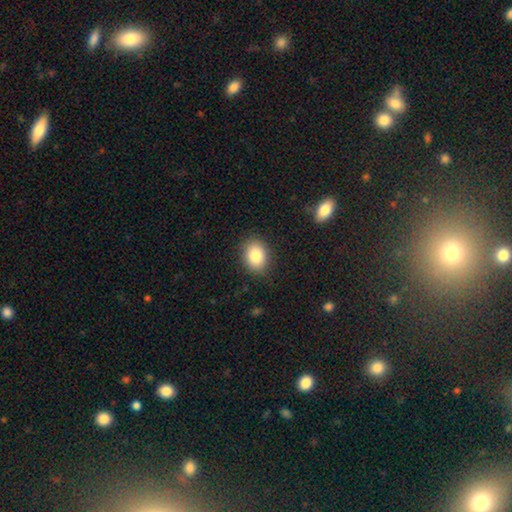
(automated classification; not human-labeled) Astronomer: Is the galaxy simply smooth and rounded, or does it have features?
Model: smooth — 83%.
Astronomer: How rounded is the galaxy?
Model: in between — 61% (runner-up: round, 38%).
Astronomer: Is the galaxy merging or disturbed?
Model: none — 87%.